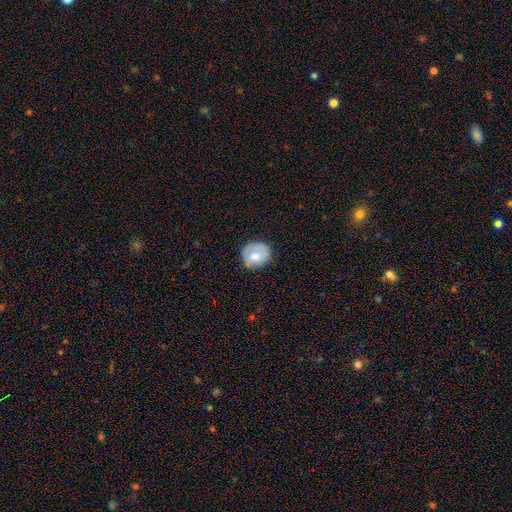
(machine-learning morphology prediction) smooth-or-featured: smooth: 63% | featured or disk: 30% | star or artifact: 7%
  how-rounded: round: 71% | in between: 28% | cigar-shaped: 1%
  merging: none: 66% | minor disturbance: 24% | major disturbance: 9% | merger: 2%